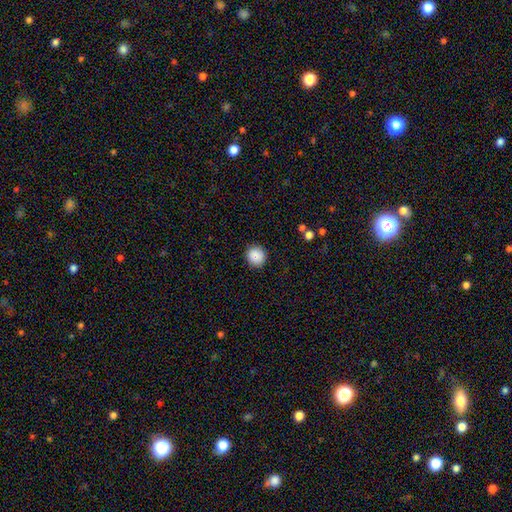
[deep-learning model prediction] This is clearly a smooth galaxy (89%). How rounded: clearly round (90%). Merging: clearly none (91%).